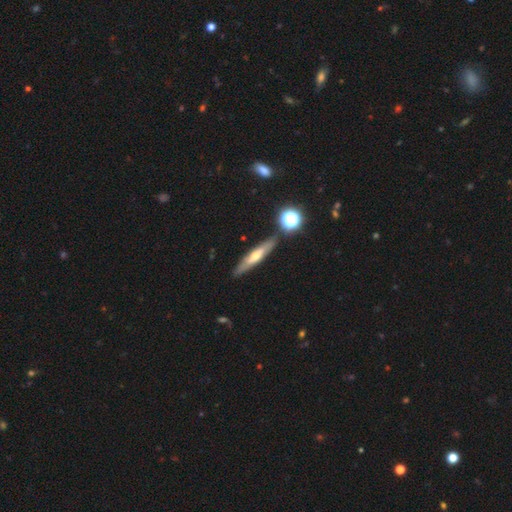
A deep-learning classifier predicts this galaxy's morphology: A featured or disk galaxy (50%).

Vote fractions:
- Smooth or featured? featured or disk: 50% / smooth: 40% / star or artifact: 10%
- Merging? none: 83% / minor disturbance: 10% / merger: 5% / major disturbance: 2%